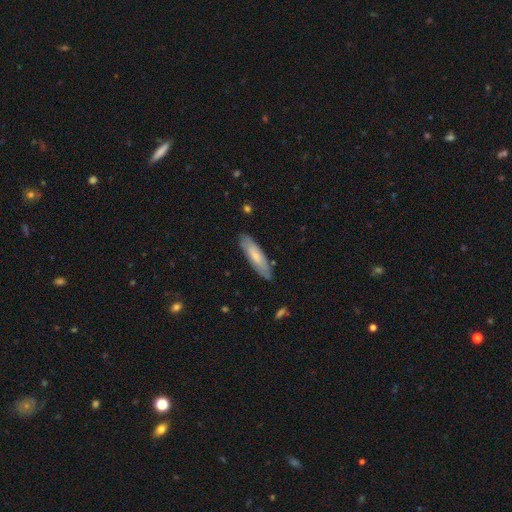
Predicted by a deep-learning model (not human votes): Smooth or featured: smooth — 66% (featured or disk — 29%)
How rounded: cigar-shaped — 63% (in between — 36%)
Merging: none — 84% (minor disturbance — 12%)